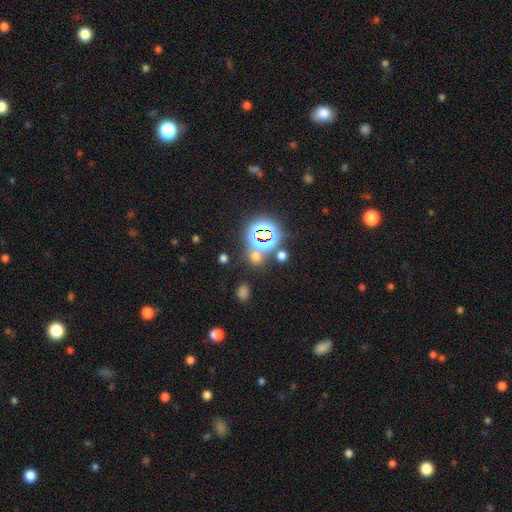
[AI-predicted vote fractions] The model was most divided on "smooth or featured": star or artifact: 50%, smooth: 43%, featured or disk: 7%.